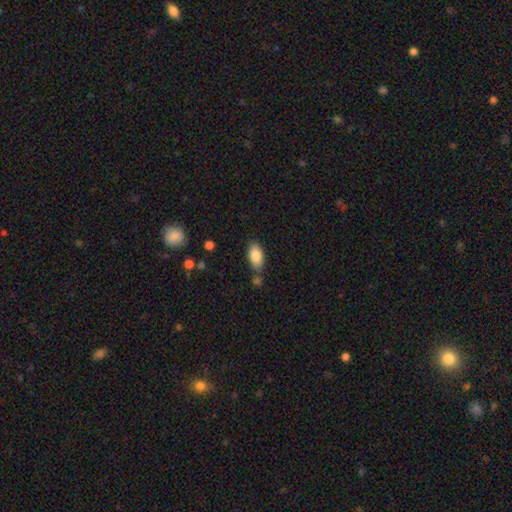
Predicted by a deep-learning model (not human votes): Overall: smooth (84%). How rounded: in between (92%). Merging: none (75%).